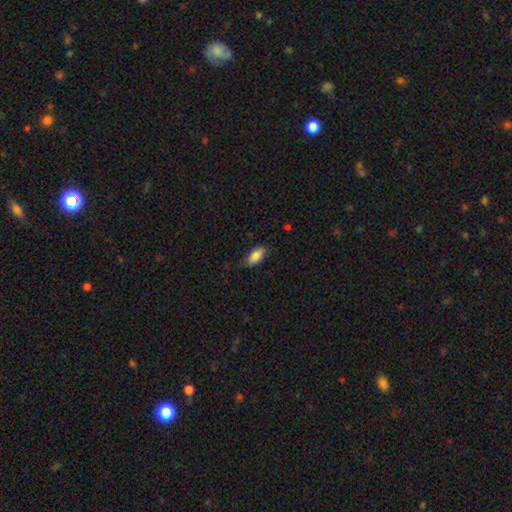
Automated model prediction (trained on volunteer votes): This is clearly a smooth galaxy (80%). How rounded: clearly in between (87%). Merging: likely none (75%).